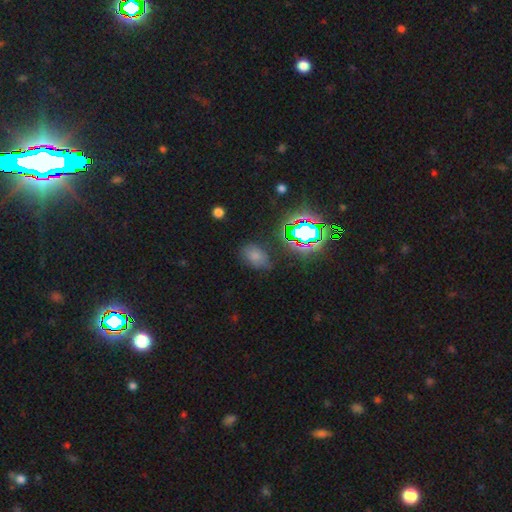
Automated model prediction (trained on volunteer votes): Smooth or featured: smooth — 64% (star or artifact — 26%)
How rounded: in between — 82% (round — 16%)
Merging: none — 72% (minor disturbance — 19%)